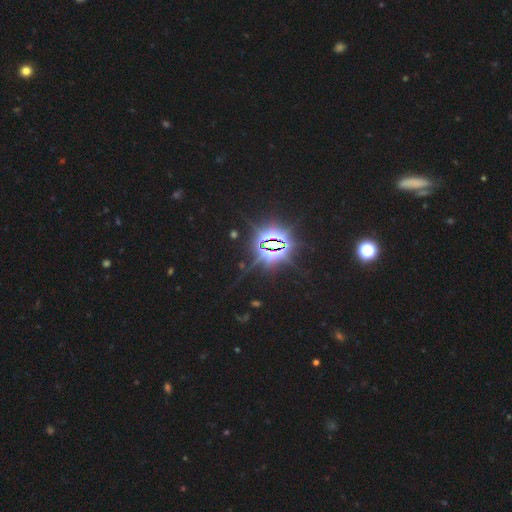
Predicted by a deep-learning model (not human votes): Morphology: type=star or artifact (84%).